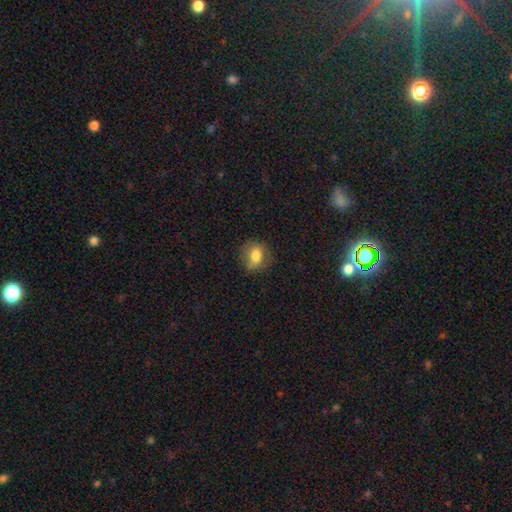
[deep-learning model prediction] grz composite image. It shows a smooth galaxy with no disk features (75%) that is round (58%). Merging: none (73%).